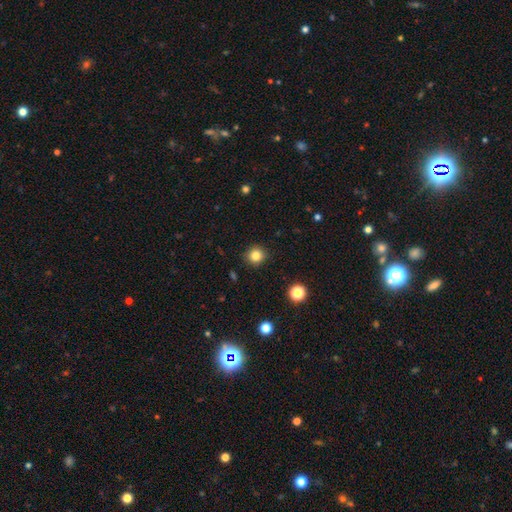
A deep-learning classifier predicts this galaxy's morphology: smooth-or-featured: smooth: 82% | star or artifact: 12% | featured or disk: 6%
  how-rounded: round: 92% | in between: 7% | cigar-shaped: 1%
  merging: none: 91% | minor disturbance: 6% | major disturbance: 2% | merger: 1%